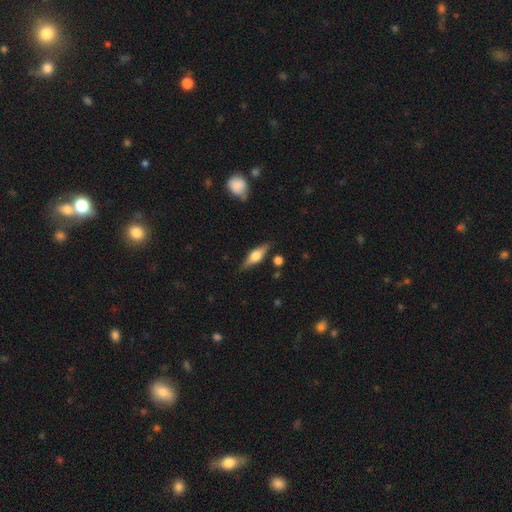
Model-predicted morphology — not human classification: Smooth or featured? Predicted: featured or disk (p=0.59). Edge-on disk? Predicted: yes (p=0.94). Edge-on bulge? Predicted: rounded (p=0.91). Merging? Predicted: none (p=0.84).